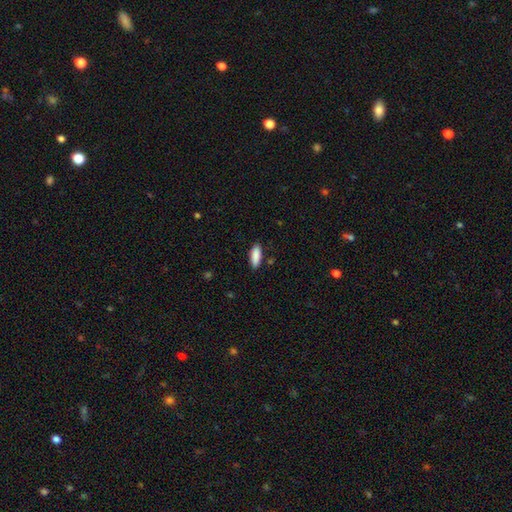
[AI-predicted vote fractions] This appears to be a smooth galaxy with no disk features (90%) that is in between round and cigar-shaped (72%). Merging: none (86%).